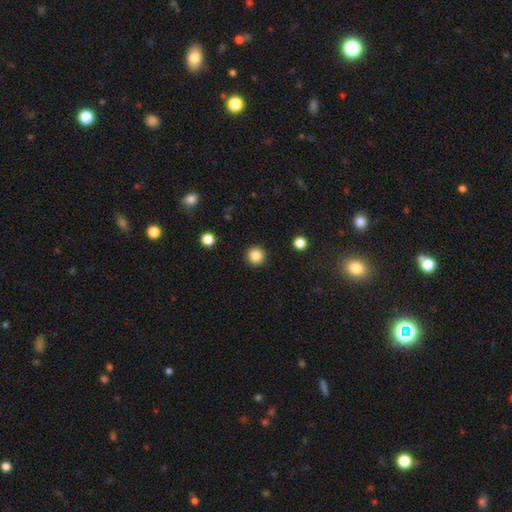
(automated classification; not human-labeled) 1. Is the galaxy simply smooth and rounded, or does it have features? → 86% smooth, 11% star or artifact, 4% featured or disk.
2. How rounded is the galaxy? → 96% round, 4% in between, 1% cigar-shaped.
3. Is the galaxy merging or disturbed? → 93% none, 5% minor disturbance, 2% major disturbance, 1% merger.